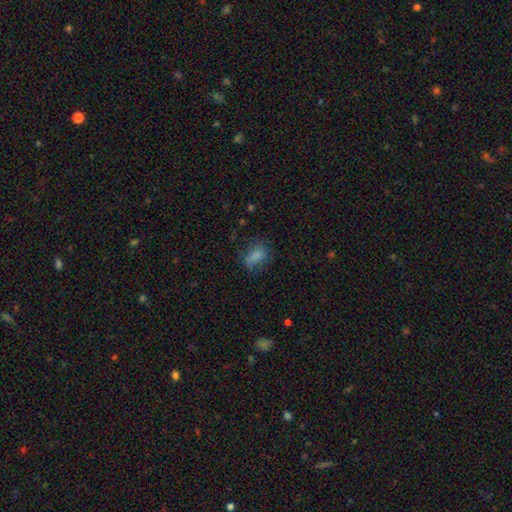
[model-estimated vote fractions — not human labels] A smooth galaxy with no disk features (75%) that is in between round and cigar-shaped (79%).

Vote fractions:
- Smooth or featured? smooth: 75% / star or artifact: 13% / featured or disk: 13%
- How rounded? in between: 79% / round: 18% / cigar-shaped: 2%
- Merging? none: 51% / minor disturbance: 27% / major disturbance: 19% / merger: 3%